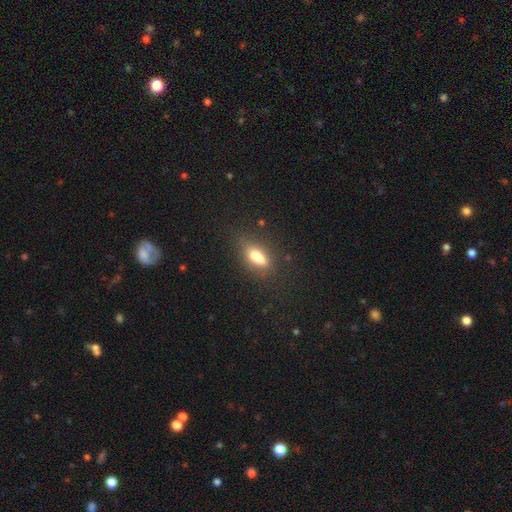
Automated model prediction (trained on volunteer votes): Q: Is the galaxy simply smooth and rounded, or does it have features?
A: smooth — 73%.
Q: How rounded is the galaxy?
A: in between — 70%.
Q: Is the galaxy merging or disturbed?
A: none — 71%.